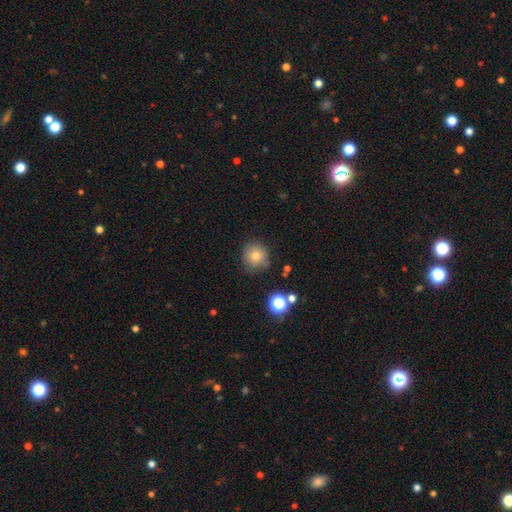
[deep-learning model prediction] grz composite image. It shows a smooth galaxy with no disk features (77%) that is round (93%). Merging: none (83%).